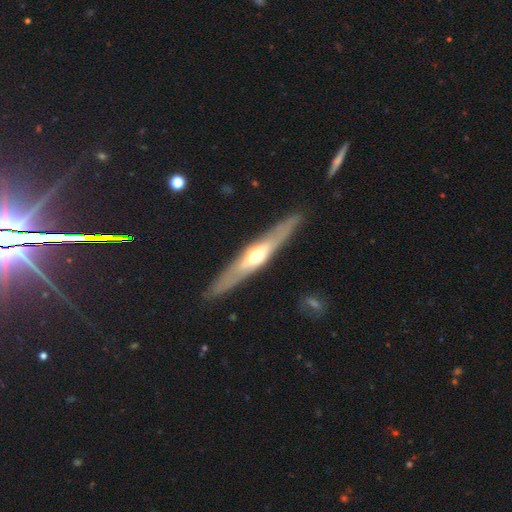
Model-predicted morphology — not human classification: type=featured or disk (66%); edge-on=yes (87%); edge-on bulge=rounded (89%); merging=none (88%).